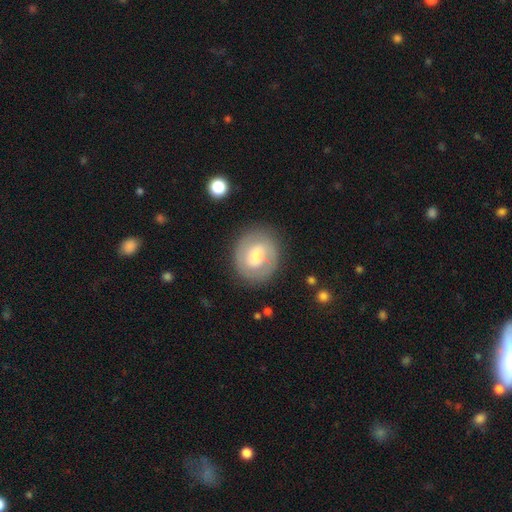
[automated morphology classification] The model was most divided on "bulge size": moderate: 53%, small: 31%, large: 11%, none: 3%, dominant: 2%. More confident: edge-on disk — no (97%); merging — none (83%); spiral arms — yes (74%); smooth or featured — featured or disk (59%); bar — weak (54%).